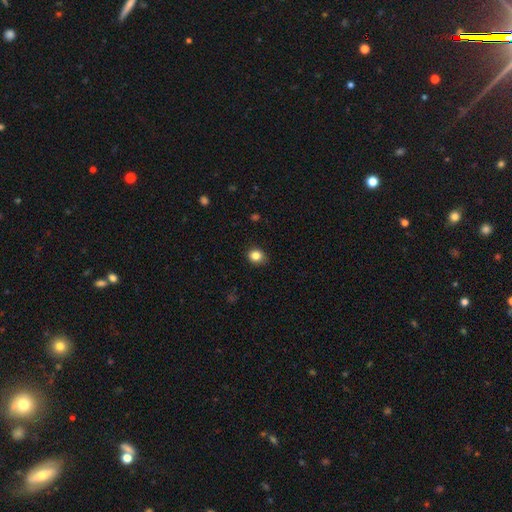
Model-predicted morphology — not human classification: This appears to be a smooth galaxy with no disk features (84%) that is round (65%). Merging: none (86%).